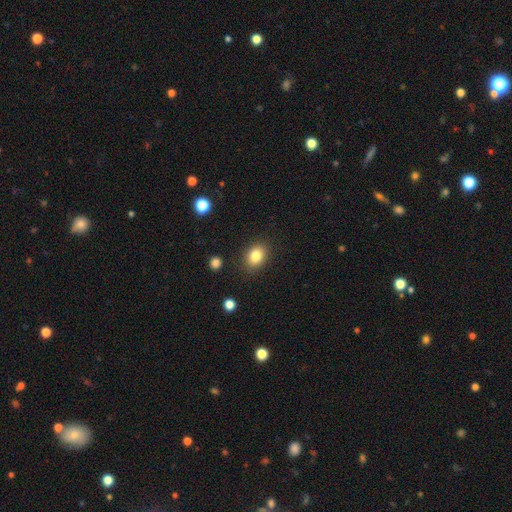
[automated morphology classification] Smooth or featured? smooth (84%)
How rounded? in between (58%)
Merging? none (87%)